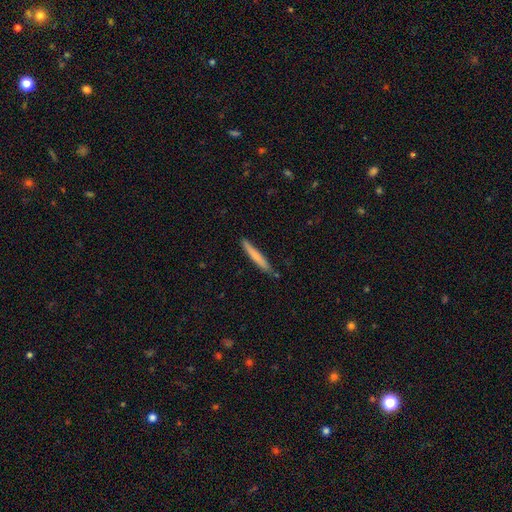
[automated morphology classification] A smooth galaxy with no disk features (71%) that is cigar-shaped (96%). Merging: none (83%).